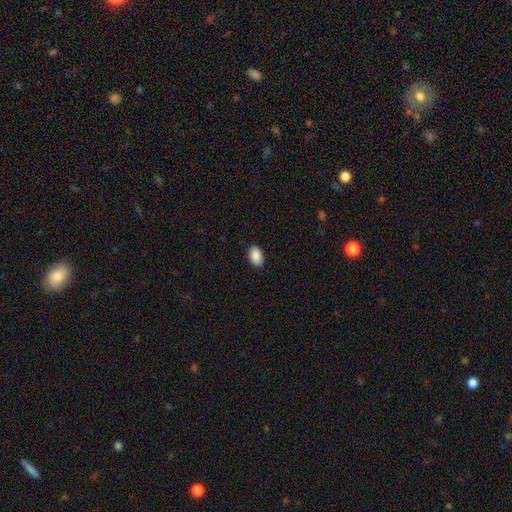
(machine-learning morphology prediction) Smooth or featured: smooth — 89% (star or artifact — 7%)
How rounded: in between — 91% (round — 7%)
Merging: none — 89% (minor disturbance — 8%)